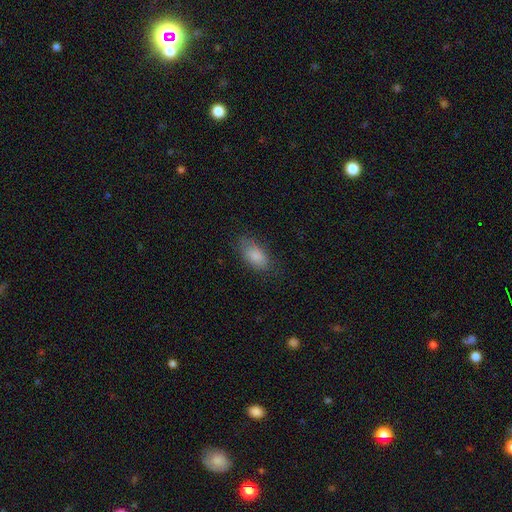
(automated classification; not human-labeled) A smooth galaxy with no disk features (84%) that is in between round and cigar-shaped (90%). Merging: none (74%).